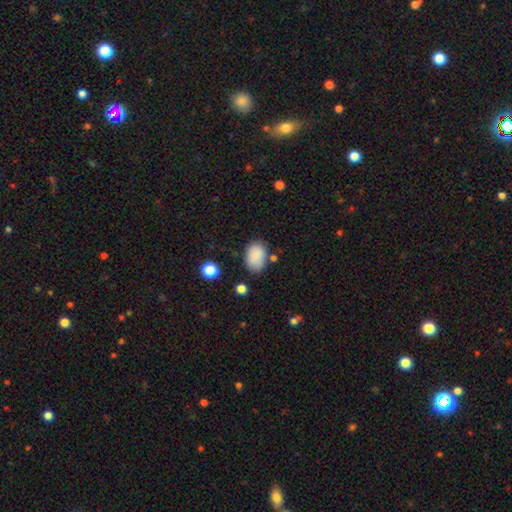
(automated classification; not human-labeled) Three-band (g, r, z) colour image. It shows a smooth galaxy with no disk features (87%) that is in between round and cigar-shaped (84%). Merging: none (74%).